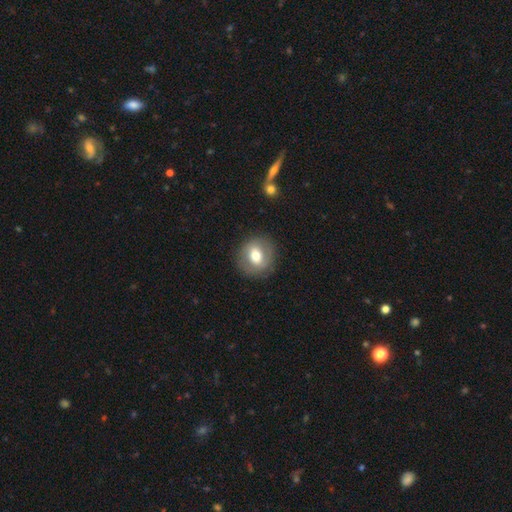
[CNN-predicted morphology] smooth_or_featured: smooth (p=0.59) [alt: featured or disk p=0.33]
how_rounded: round (p=0.80) [alt: in between p=0.19]
merging: none (p=0.84) [alt: minor disturbance p=0.10]